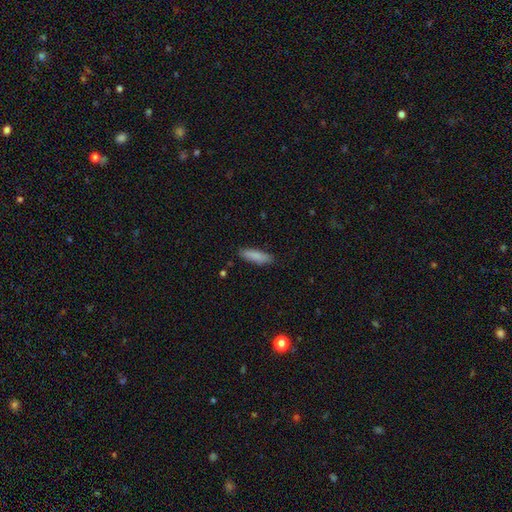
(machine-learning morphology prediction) A smooth galaxy with no disk features (86%) that is cigar-shaped (63%).

Vote fractions:
- Smooth or featured? smooth: 86% / featured or disk: 8% / star or artifact: 6%
- How rounded? cigar-shaped: 63% / in between: 36% / round: 2%
- Merging? none: 86% / minor disturbance: 11% / major disturbance: 2% / merger: 1%